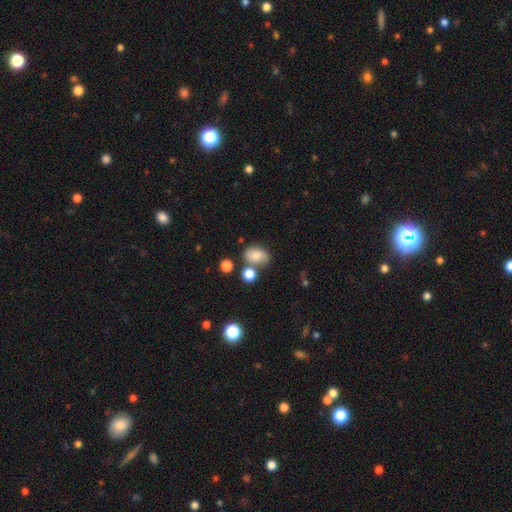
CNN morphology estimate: Smooth or featured? Predicted: smooth (p=0.64). How rounded? Predicted: in between (p=0.71). Merging? Predicted: none (p=0.56).